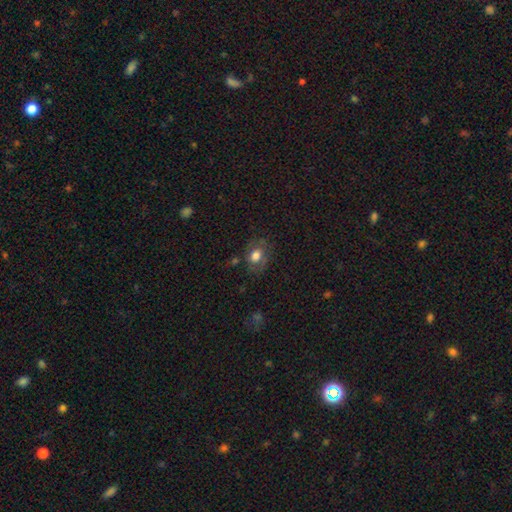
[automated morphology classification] smooth 66%, featured or disk 24%, star or artifact 10%. Down the decision tree: how rounded — in between (56%); merging — none (67%).